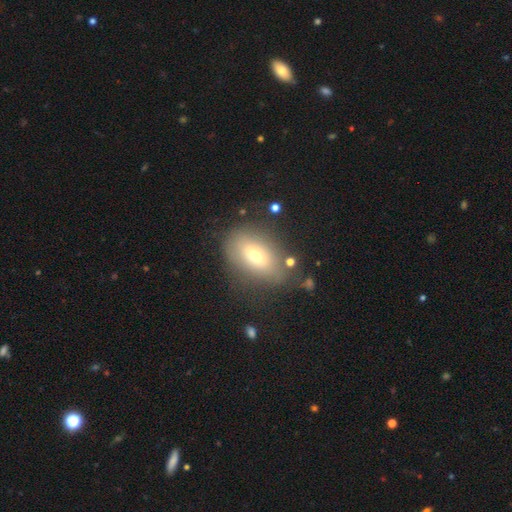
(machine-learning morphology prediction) smooth-or-featured: smooth: 64% | featured or disk: 25% | star or artifact: 11%
  how-rounded: in between: 81% | round: 15% | cigar-shaped: 4%
  merging: none: 72% | minor disturbance: 17% | major disturbance: 8% | merger: 4%